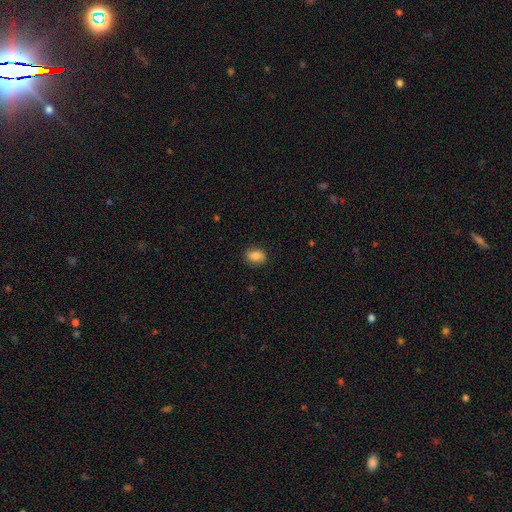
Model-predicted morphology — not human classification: smooth 76%, featured or disk 15%, star or artifact 9%. Down the decision tree: how rounded — in between (73%); merging — none (83%).